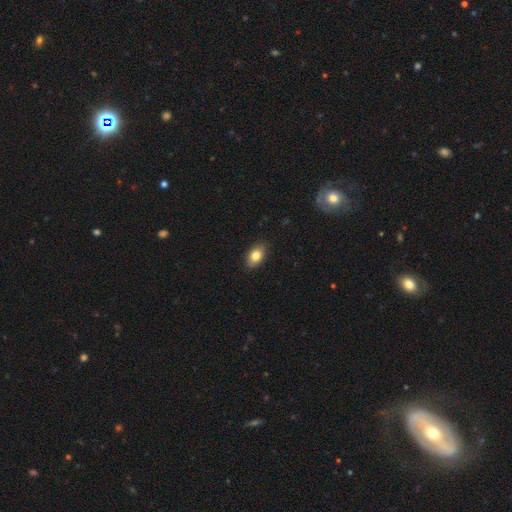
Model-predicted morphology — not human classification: Q: Smooth or featured?
A: smooth (82%); runner-up: featured or disk (10%)
Q: How rounded?
A: in between (87%); runner-up: round (11%)
Q: Merging?
A: none (88%); runner-up: minor disturbance (9%)